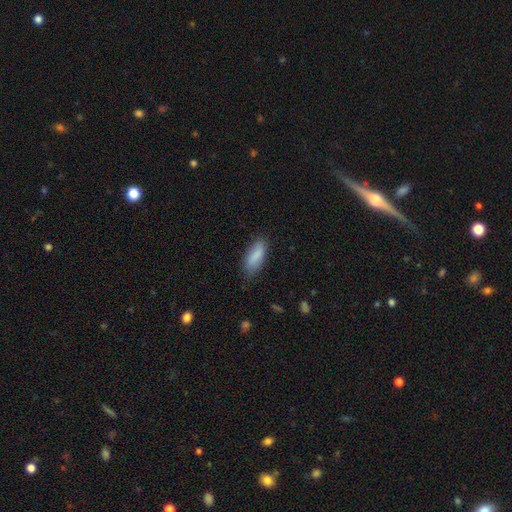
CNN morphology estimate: smooth 85%, featured or disk 8%, star or artifact 6%. Down the decision tree: how rounded — in between (73%); merging — none (78%).